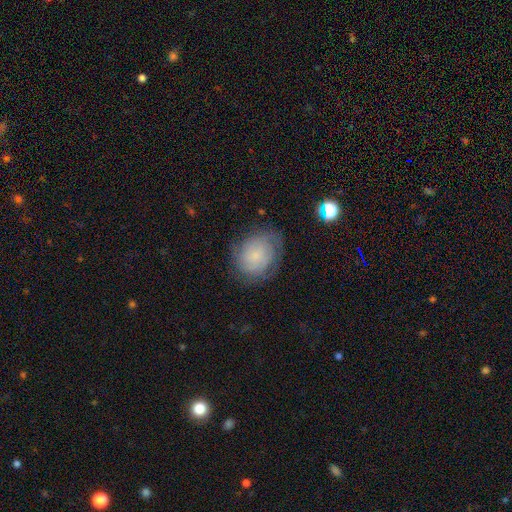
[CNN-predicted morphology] type=smooth (48%); merging=none (69%).